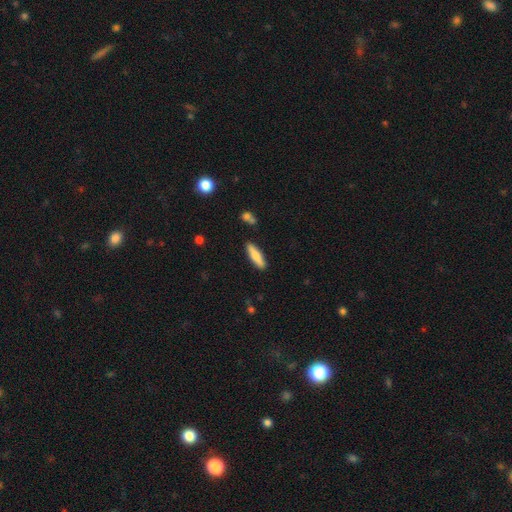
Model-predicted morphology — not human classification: smooth_or_featured: smooth (p=0.71) [alt: featured or disk p=0.24]
how_rounded: cigar-shaped (p=0.65) [alt: in between p=0.33]
merging: none (p=0.87) [alt: minor disturbance p=0.09]